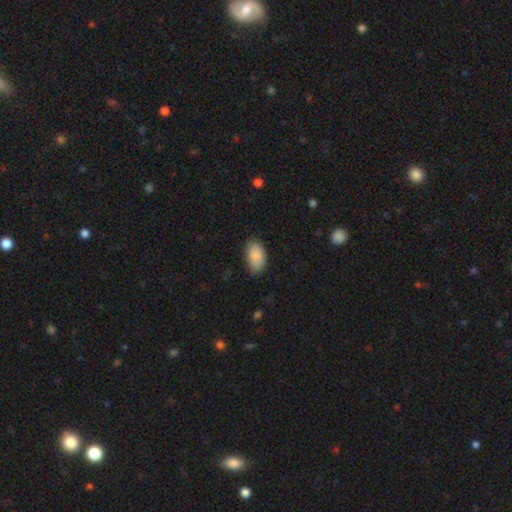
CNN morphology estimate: Smooth or featured? Predicted: smooth (p=0.88). How rounded? Predicted: in between (p=0.94). Merging? Predicted: none (p=0.78).